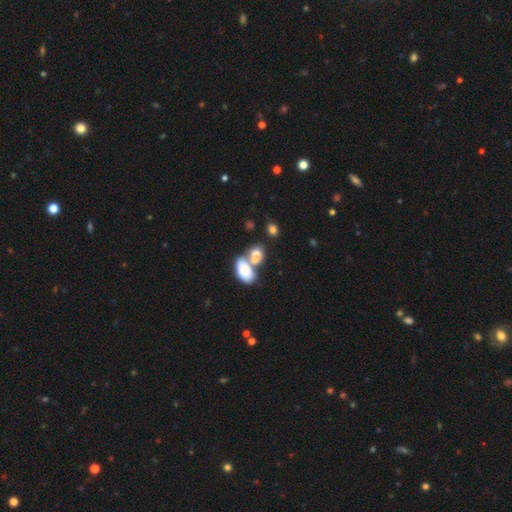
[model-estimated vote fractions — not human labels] smooth_or_featured: smooth (p=0.76) [alt: featured or disk p=0.16]
how_rounded: in between (p=0.85) [alt: round p=0.13]
merging: merger (p=0.62) [alt: none p=0.23]